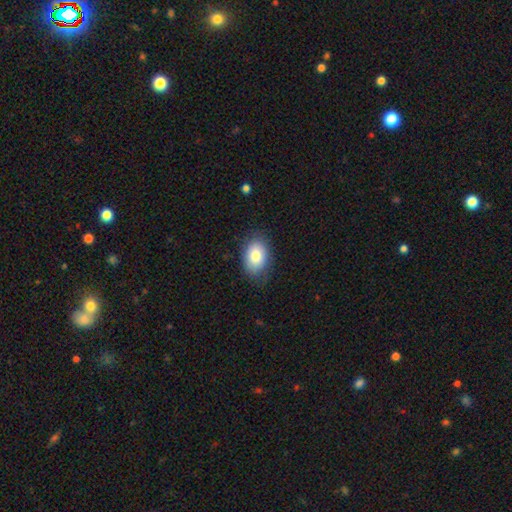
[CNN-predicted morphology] Q: Smooth or featured?
A: smooth (81%); runner-up: featured or disk (12%)
Q: How rounded?
A: in between (84%); runner-up: round (15%)
Q: Merging?
A: none (78%); runner-up: minor disturbance (17%)